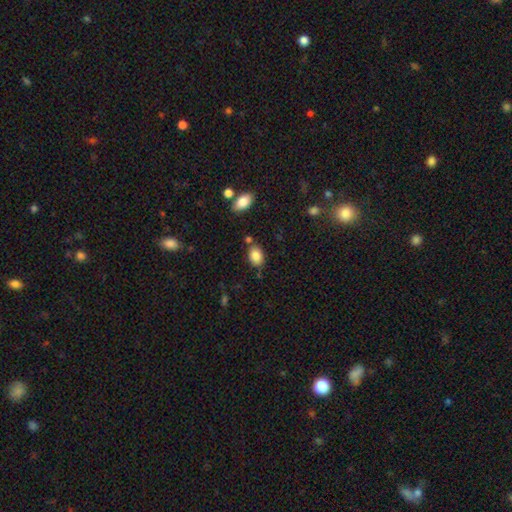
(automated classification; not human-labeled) smooth 85%, star or artifact 8%, featured or disk 6%. Down the decision tree: how rounded — in between (79%); merging — none (77%).